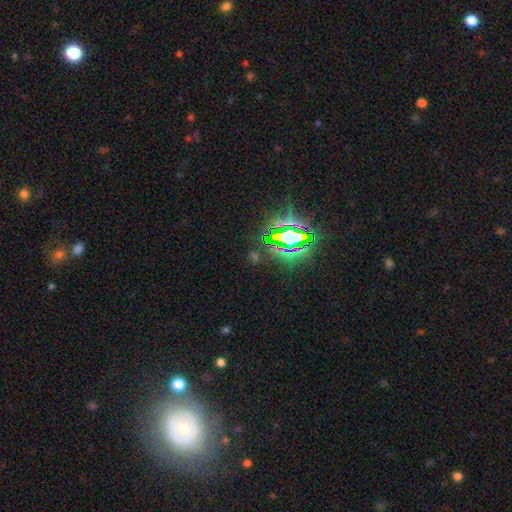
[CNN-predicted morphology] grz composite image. It shows a star or artifact, not a galaxy (77%).